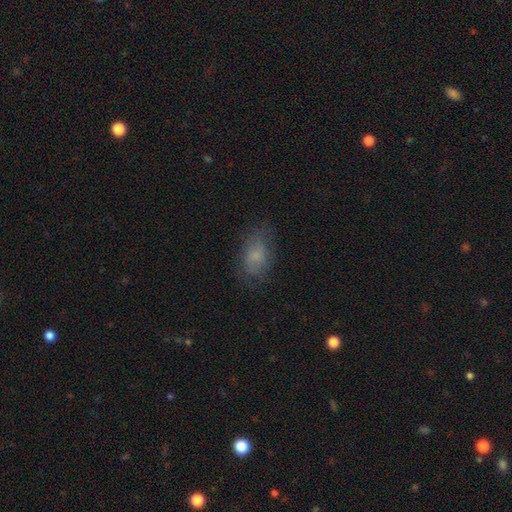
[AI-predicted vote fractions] This appears to be a smooth galaxy with no disk features (72%) that is in between round and cigar-shaped (87%). Merging: none (68%).